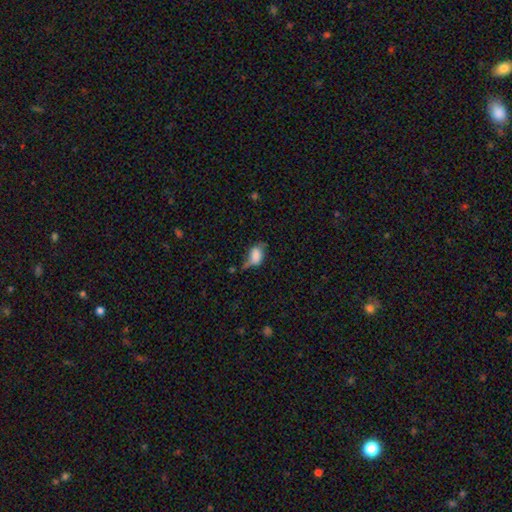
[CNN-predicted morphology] This appears to be a smooth galaxy with no disk features (75%) that is in between round and cigar-shaped (85%). Merging: minor disturbance (34%).